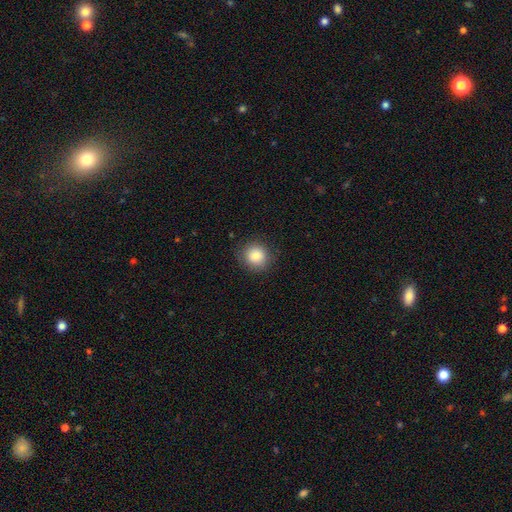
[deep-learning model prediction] Morphology: type=smooth (86%); roundness=round (89%); merging=none (88%).